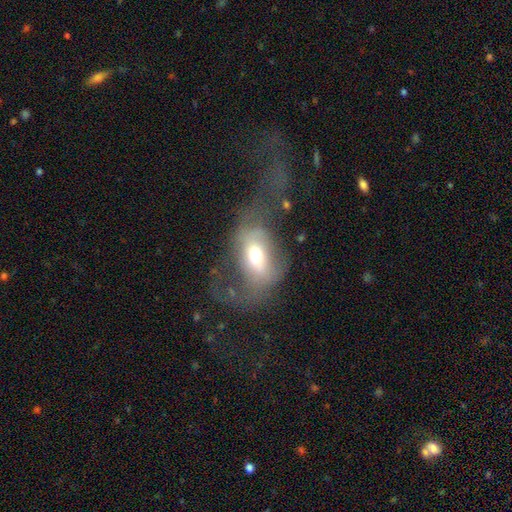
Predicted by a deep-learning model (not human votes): This is possibly a smooth galaxy (50%). Merging: possibly major disturbance (49%).